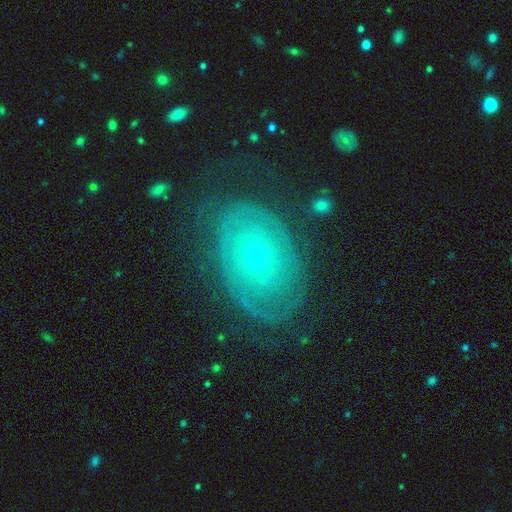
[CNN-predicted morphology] smooth_or_featured: featured or disk (p=0.74) [alt: smooth p=0.17]
disk_edge_on: no (p=0.95) [alt: yes p=0.05]
bar: no (p=0.88) [alt: weak p=0.09]
has_spiral_arms: yes (p=0.79) [alt: no p=0.21]
spiral_winding: tight (p=0.78) [alt: medium p=0.16]
spiral_arm_count: can't tell (p=0.49) [alt: 2 p=0.24]
bulge_size: small (p=0.76) [alt: moderate p=0.21]
merging: none (p=0.73) [alt: minor disturbance p=0.17]